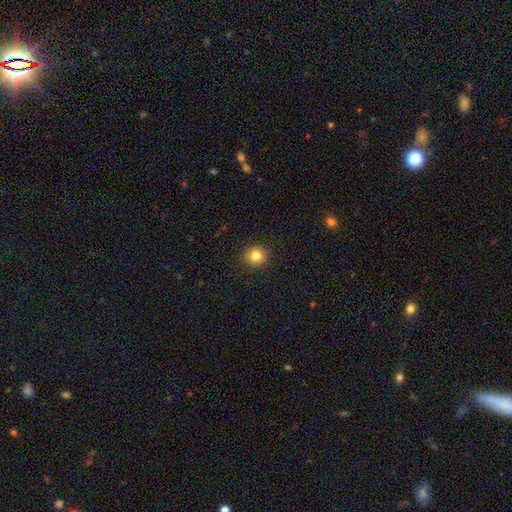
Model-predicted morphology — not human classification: Q: Smooth or featured?
A: smooth (83%); runner-up: star or artifact (11%)
Q: How rounded?
A: round (90%); runner-up: in between (9%)
Q: Merging?
A: none (92%); runner-up: minor disturbance (5%)